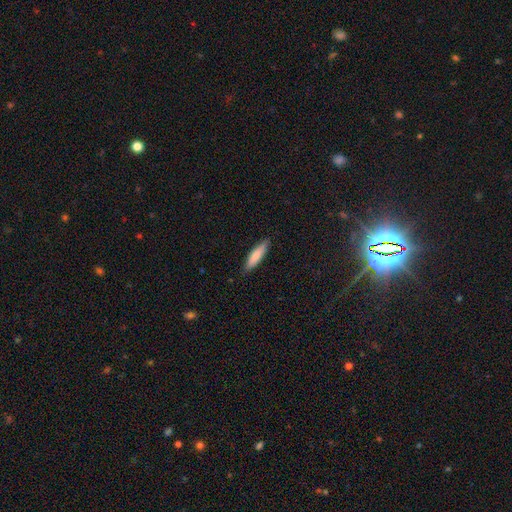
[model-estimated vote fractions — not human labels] This appears to be a smooth galaxy with no disk features (79%) that is cigar-shaped (72%). Merging: none (86%).